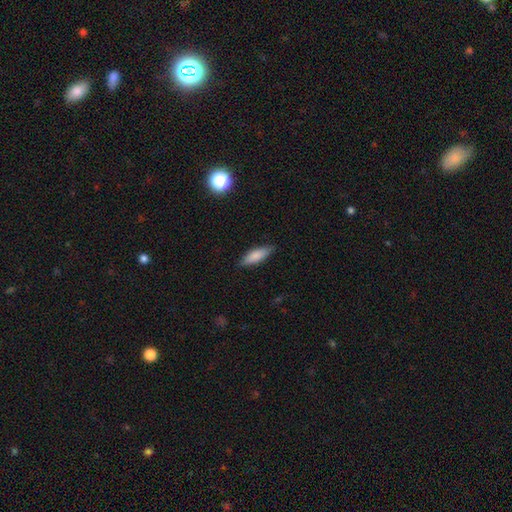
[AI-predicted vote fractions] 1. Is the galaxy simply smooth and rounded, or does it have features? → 82% smooth, 12% featured or disk, 6% star or artifact.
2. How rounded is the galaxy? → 54% in between, 44% cigar-shaped, 2% round.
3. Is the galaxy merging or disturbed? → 85% none, 12% minor disturbance, 2% major disturbance, 1% merger.